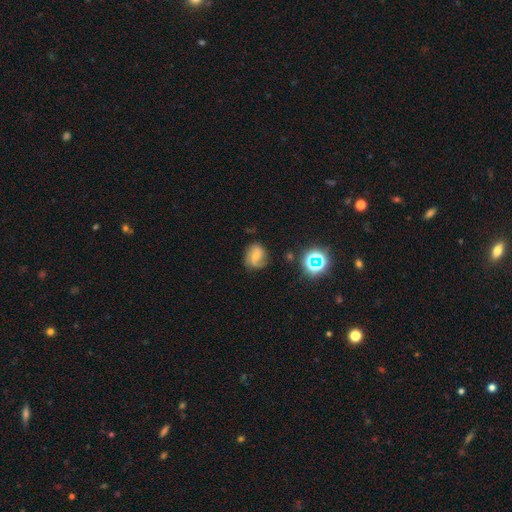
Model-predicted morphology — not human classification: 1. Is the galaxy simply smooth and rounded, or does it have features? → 63% featured or disk, 25% smooth, 12% star or artifact.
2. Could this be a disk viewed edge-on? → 97% no, 3% yes.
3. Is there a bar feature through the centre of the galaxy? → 49% no, 40% weak, 11% strong.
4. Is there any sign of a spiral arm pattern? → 91% yes, 9% no.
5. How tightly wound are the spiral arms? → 44% medium, 28% loose, 28% tight.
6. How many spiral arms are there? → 58% 2, 15% 1, 14% can't tell, 9% 3, 2% 4, 2% more than 4.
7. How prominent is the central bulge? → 56% small, 36% moderate, 5% none, 2% large, 1% dominant.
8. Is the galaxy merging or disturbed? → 67% none, 22% minor disturbance, 9% major disturbance, 2% merger.